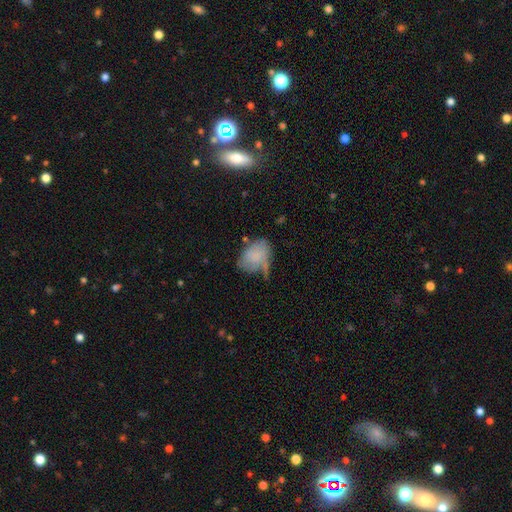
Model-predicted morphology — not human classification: Smooth or featured? smooth (64%)
How rounded? in between (74%)
Merging? minor disturbance (34%)